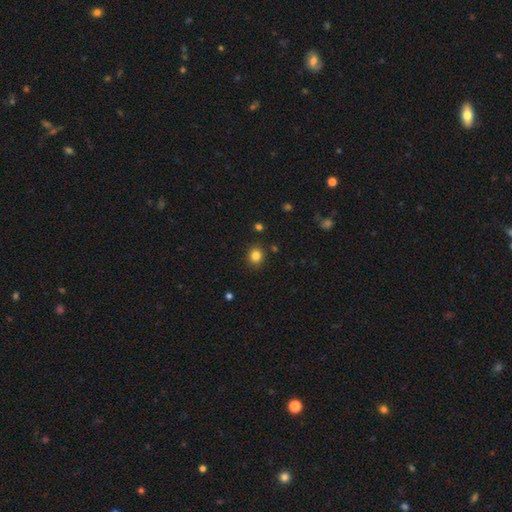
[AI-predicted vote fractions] Overall: smooth (83%). How rounded: round (77%). Merging: none (88%).